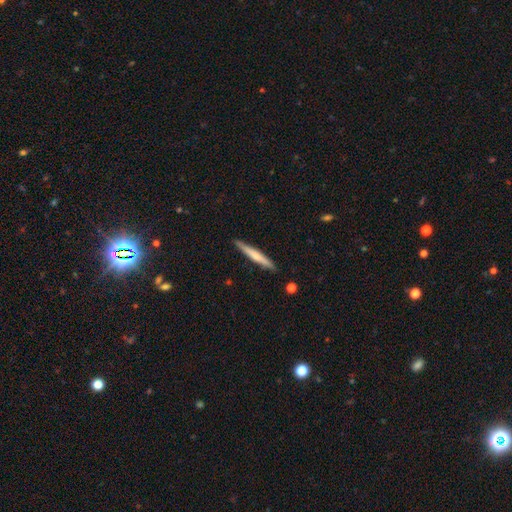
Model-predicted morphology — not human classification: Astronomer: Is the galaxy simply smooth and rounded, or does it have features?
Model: smooth — 56% (runner-up: featured or disk, 39%).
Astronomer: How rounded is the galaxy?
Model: cigar-shaped — 96%.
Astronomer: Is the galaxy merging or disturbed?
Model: none — 87%.